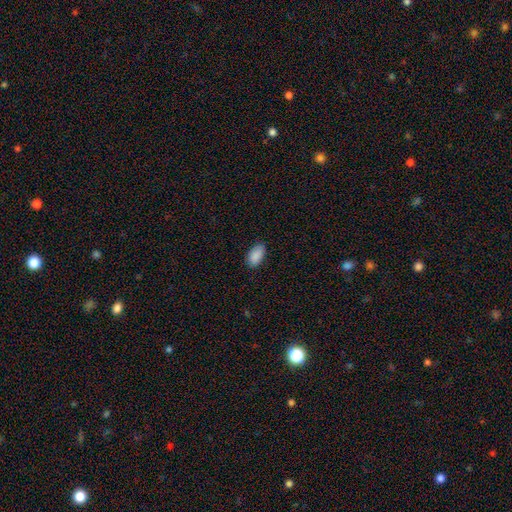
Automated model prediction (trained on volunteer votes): smooth-or-featured: smooth: 90% | star or artifact: 7% | featured or disk: 3%
  how-rounded: in between: 94% | round: 3% | cigar-shaped: 2%
  merging: none: 82% | minor disturbance: 15% | major disturbance: 3% | merger: 1%